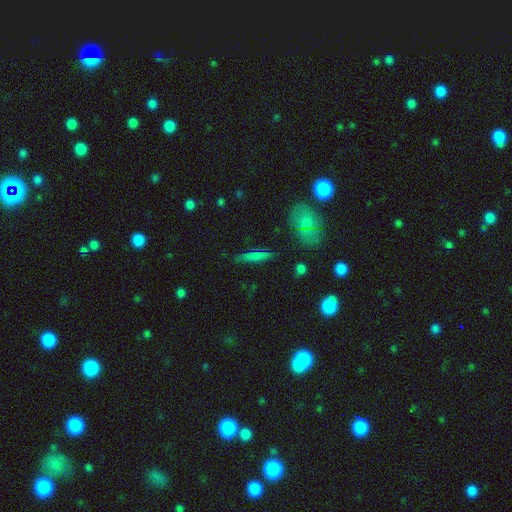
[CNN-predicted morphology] Smooth or featured? smooth (67%)
How rounded? cigar-shaped (87%)
Merging? none (84%)